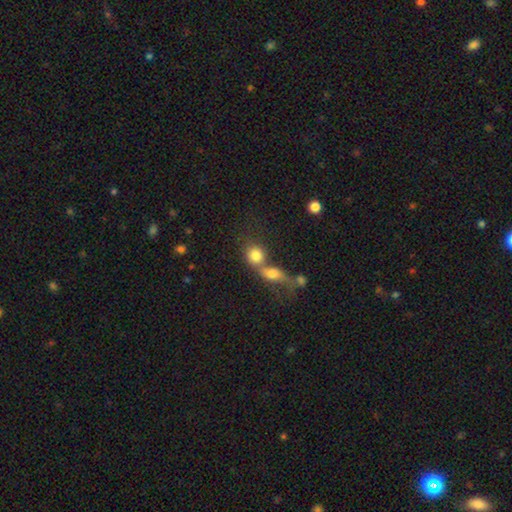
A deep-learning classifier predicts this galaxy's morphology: A smooth galaxy with no disk features (79%) that is round (73%).

Vote fractions:
- Smooth or featured? smooth: 79% / featured or disk: 11% / star or artifact: 10%
- How rounded? round: 73% / in between: 25% / cigar-shaped: 2%
- Merging? merger: 59% / none: 29% / minor disturbance: 7% / major disturbance: 5%